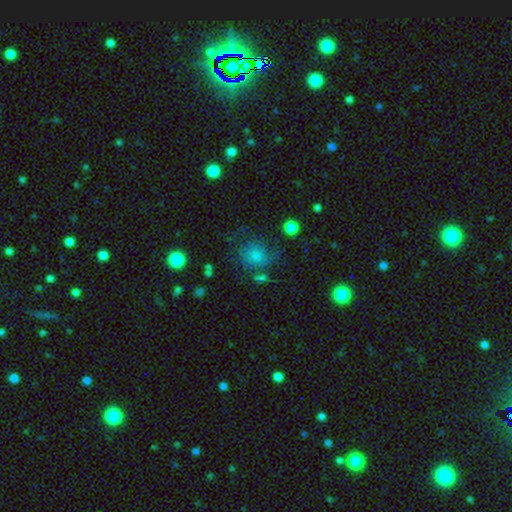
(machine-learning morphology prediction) smooth 65%, star or artifact 18%, featured or disk 17%. Down the decision tree: how rounded — round (80%); merging — none (66%).